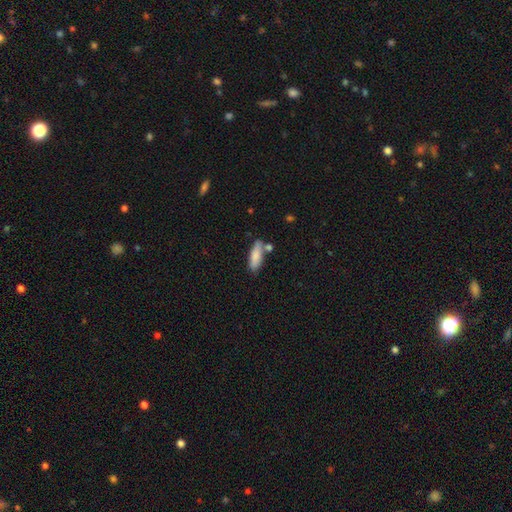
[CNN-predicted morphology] Smooth or featured: smooth — 82% (featured or disk — 11%)
How rounded: in between — 54% (cigar-shaped — 44%)
Merging: none — 67% (minor disturbance — 17%)